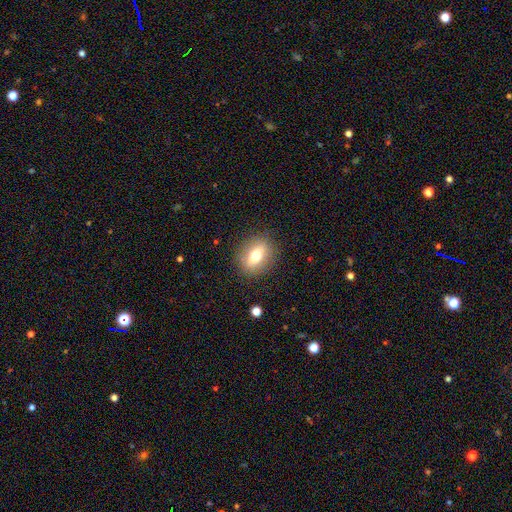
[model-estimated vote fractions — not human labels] smooth-or-featured: smooth: 65% | featured or disk: 26% | star or artifact: 9%
  how-rounded: in between: 62% | round: 33% | cigar-shaped: 5%
  merging: none: 86% | minor disturbance: 10% | major disturbance: 3% | merger: 1%